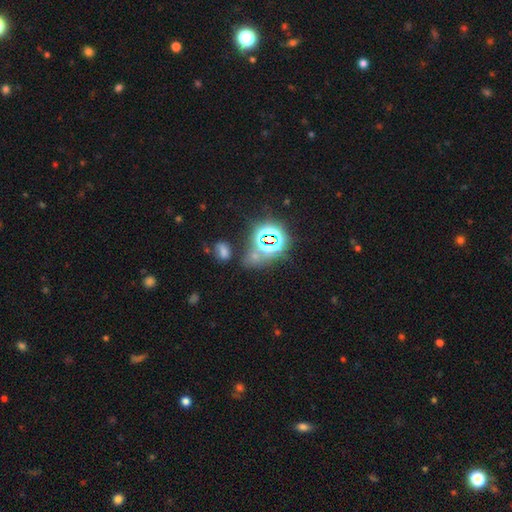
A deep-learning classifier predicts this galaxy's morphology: A star or artifact, not a galaxy (64%).